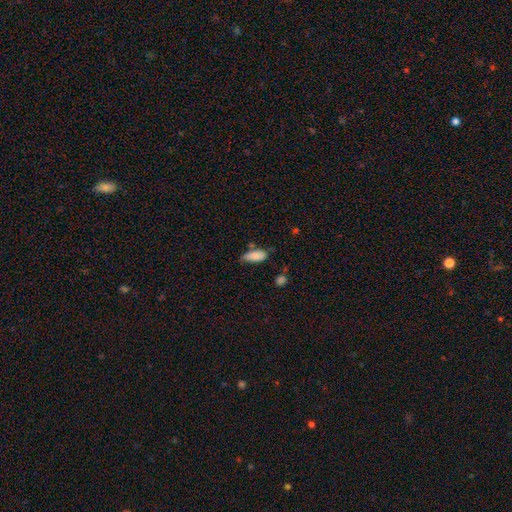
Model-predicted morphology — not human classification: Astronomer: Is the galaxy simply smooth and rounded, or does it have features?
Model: smooth — 86%.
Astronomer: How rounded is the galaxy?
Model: in between — 84%.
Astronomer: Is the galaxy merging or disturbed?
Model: none — 58%.